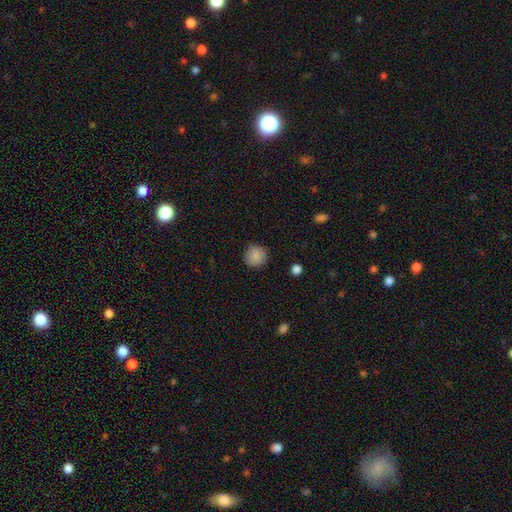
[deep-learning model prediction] This is clearly a smooth galaxy (88%). How rounded: clearly round (93%). Merging: clearly none (88%).